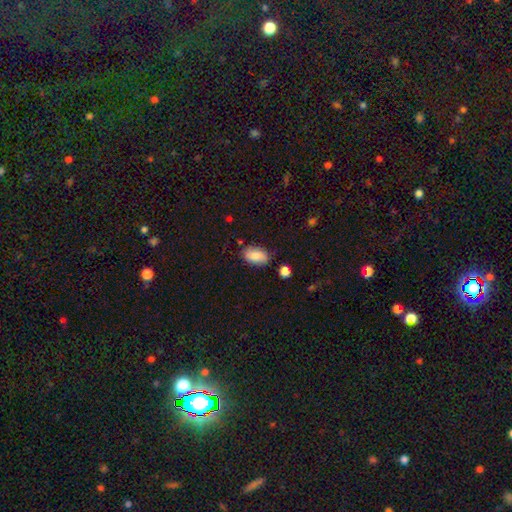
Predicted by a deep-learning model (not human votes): This appears to be a smooth galaxy with no disk features (79%) that is in between round and cigar-shaped (92%). Merging: none (79%).